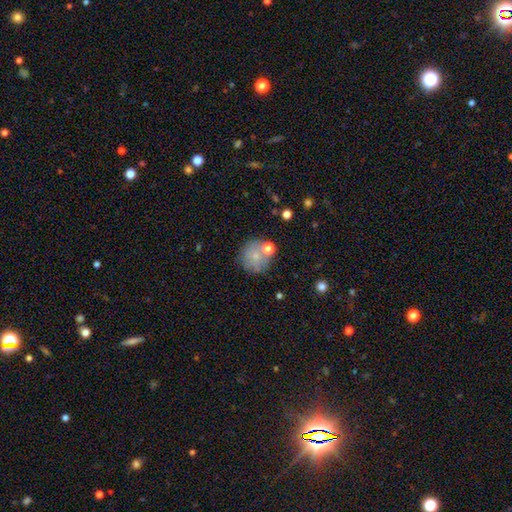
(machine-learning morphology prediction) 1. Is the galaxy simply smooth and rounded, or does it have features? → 72% smooth, 17% featured or disk, 11% star or artifact.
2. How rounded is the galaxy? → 89% round, 10% in between, 1% cigar-shaped.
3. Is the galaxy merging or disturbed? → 65% none, 15% minor disturbance, 14% merger, 6% major disturbance.